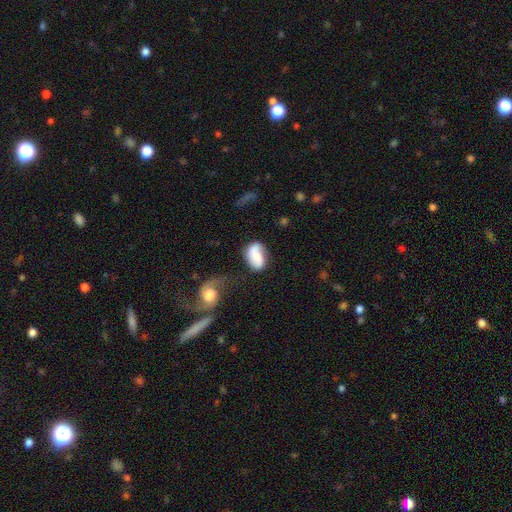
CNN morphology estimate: smooth 47%, featured or disk 45%, star or artifact 8%. Down the decision tree: merging — none (48%).